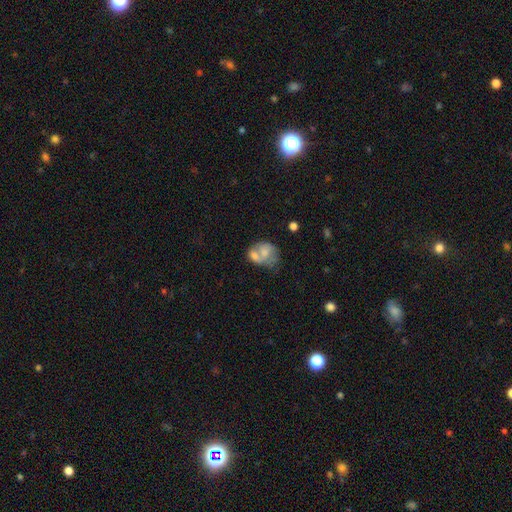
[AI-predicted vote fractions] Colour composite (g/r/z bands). It shows a smooth galaxy with no disk features (52%) that is in between round and cigar-shaped (55%). Merging: merger (57%).